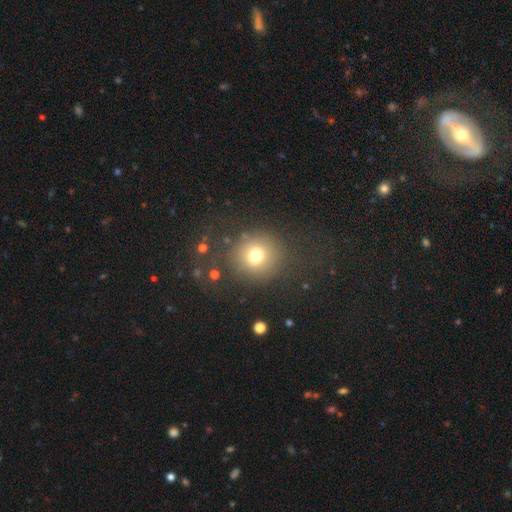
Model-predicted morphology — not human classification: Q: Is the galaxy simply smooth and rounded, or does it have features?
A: smooth — 74%.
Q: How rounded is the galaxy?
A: round — 89%.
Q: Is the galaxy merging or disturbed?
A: none — 80%.